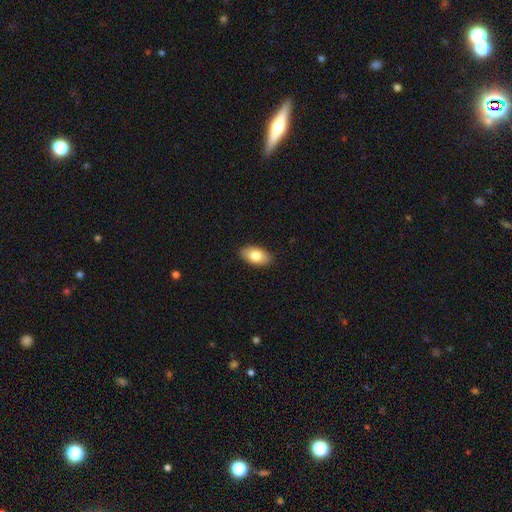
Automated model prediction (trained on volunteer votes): Smooth or featured? smooth (82%)
How rounded? in between (94%)
Merging? none (89%)